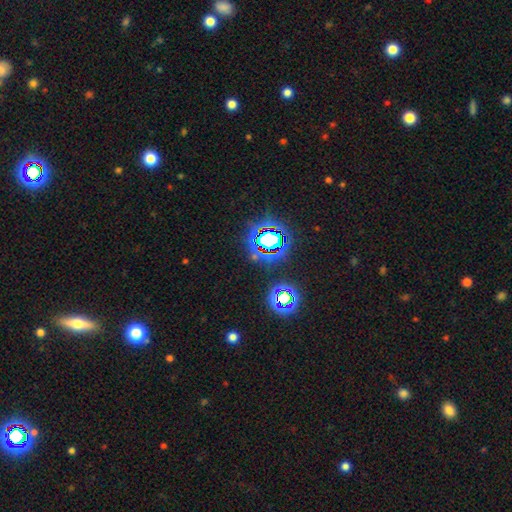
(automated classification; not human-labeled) Smooth or featured? Predicted: star or artifact (p=0.76).